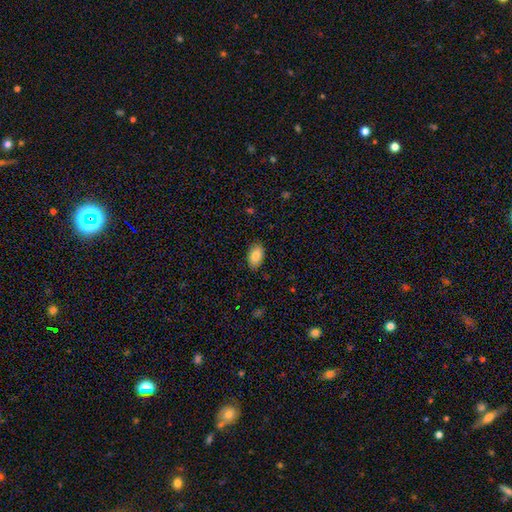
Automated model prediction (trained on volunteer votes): The model was most divided on "smooth or featured": smooth: 84%, featured or disk: 9%, star or artifact: 7%. More confident: how rounded — in between (93%); merging — none (87%).